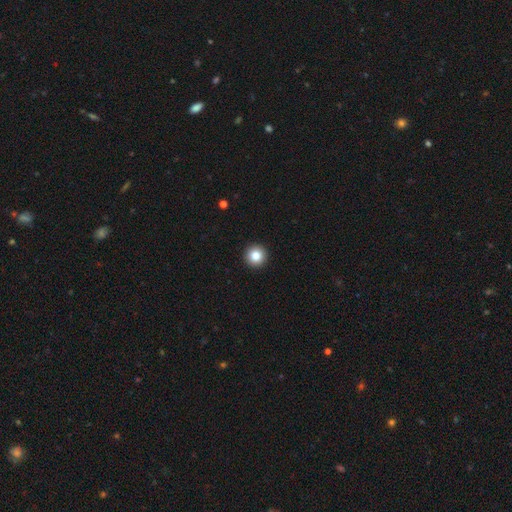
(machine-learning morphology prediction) Smooth or featured? smooth (83%)
How rounded? round (96%)
Merging? none (94%)